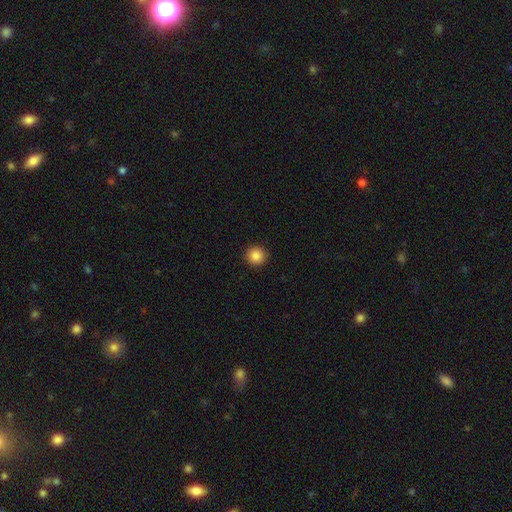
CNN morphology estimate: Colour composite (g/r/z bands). It shows a smooth galaxy with no disk features (86%) that is round (94%). Merging: none (93%).